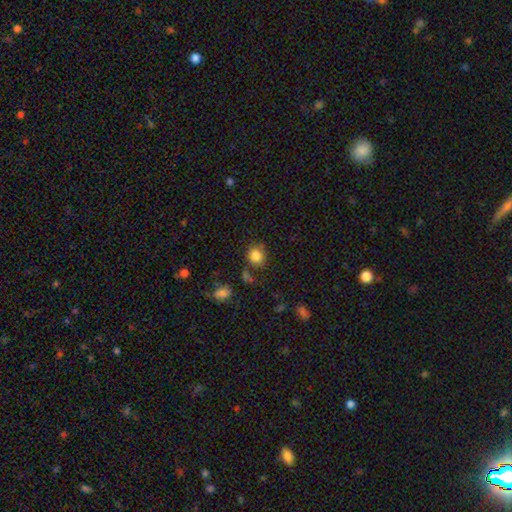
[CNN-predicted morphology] smooth_or_featured: smooth (p=0.84) [alt: star or artifact p=0.10]
how_rounded: round (p=0.81) [alt: in between p=0.18]
merging: none (p=0.75) [alt: minor disturbance p=0.14]